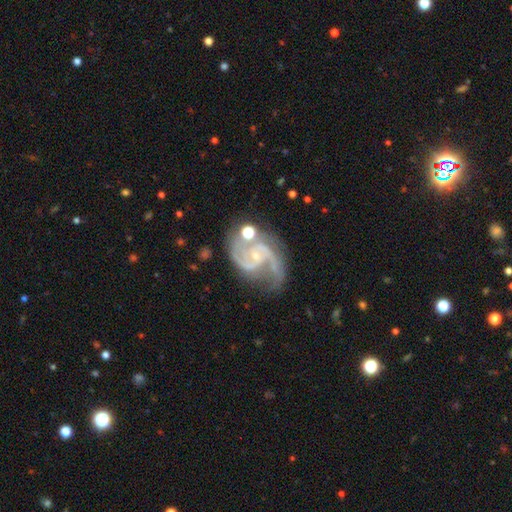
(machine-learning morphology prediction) Smooth or featured: featured or disk — 91% (star or artifact — 6%)
Edge-on disk: no — 98% (yes — 2%)
Bar: no — 60% (weak — 32%)
Spiral arms: yes — 98% (no — 2%)
Spiral winding: medium — 59% (tight — 23%)
Spiral arm count: 2 — 75% (3 — 11%)
Bulge size: small — 78% (moderate — 16%)
Merging: none — 50% (minor disturbance — 23%)